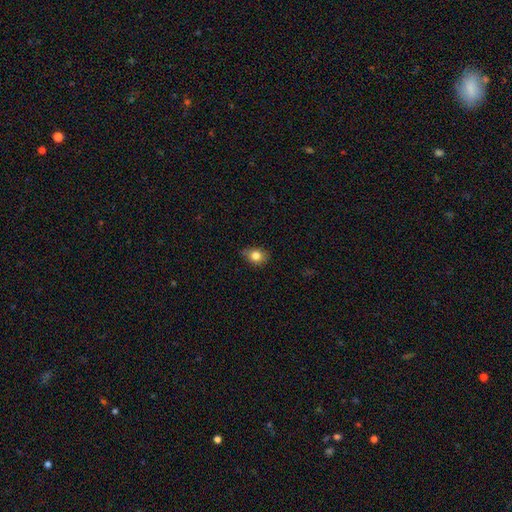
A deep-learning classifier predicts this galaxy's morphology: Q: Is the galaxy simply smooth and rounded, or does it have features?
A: smooth — 81%.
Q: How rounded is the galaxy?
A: round — 49%, tied with in between.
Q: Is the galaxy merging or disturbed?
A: none — 72%.